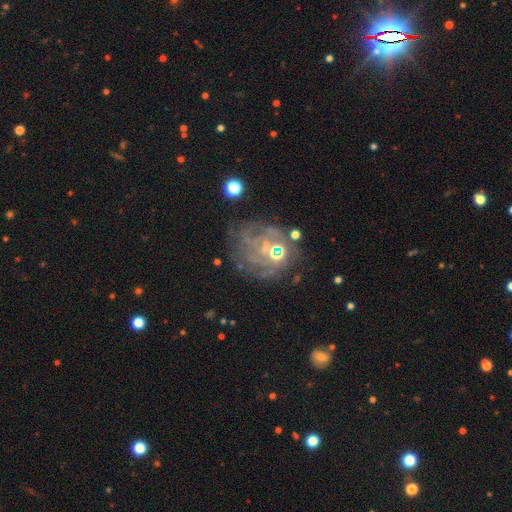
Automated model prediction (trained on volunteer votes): smooth_or_featured: featured or disk (p=0.65) [alt: star or artifact p=0.20]
disk_edge_on: no (p=0.97) [alt: yes p=0.03]
bar: no (p=0.71) [alt: weak p=0.23]
has_spiral_arms: yes (p=0.71) [alt: no p=0.29]
bulge_size: moderate (p=0.51) [alt: small p=0.34]
merging: none (p=0.59) [alt: major disturbance p=0.18]